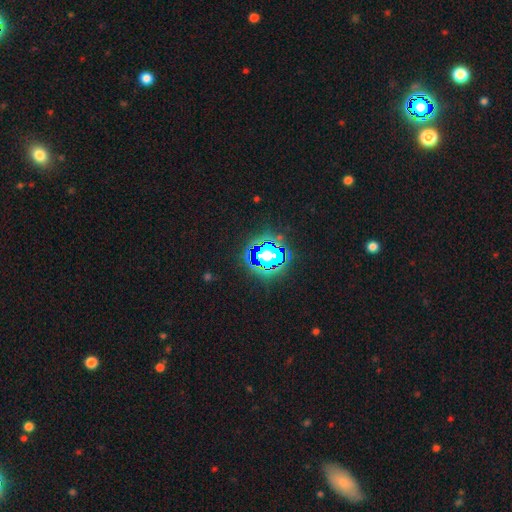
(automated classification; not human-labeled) Smooth or featured: star or artifact — 81% (smooth — 12%)